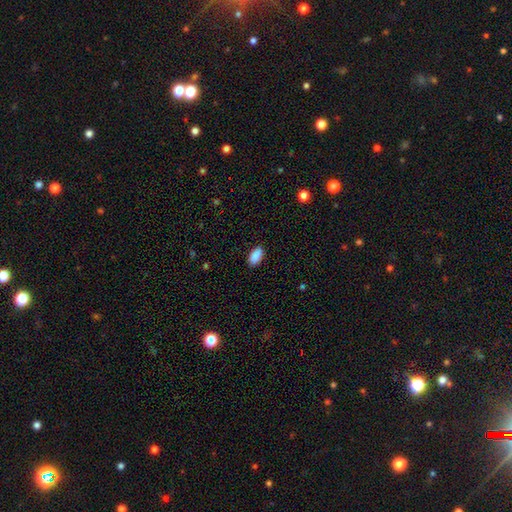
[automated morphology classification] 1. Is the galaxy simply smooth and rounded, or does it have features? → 90% smooth, 7% star or artifact, 3% featured or disk.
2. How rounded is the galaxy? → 94% in between, 3% cigar-shaped, 3% round.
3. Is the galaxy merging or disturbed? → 89% none, 8% minor disturbance, 2% major disturbance, 1% merger.